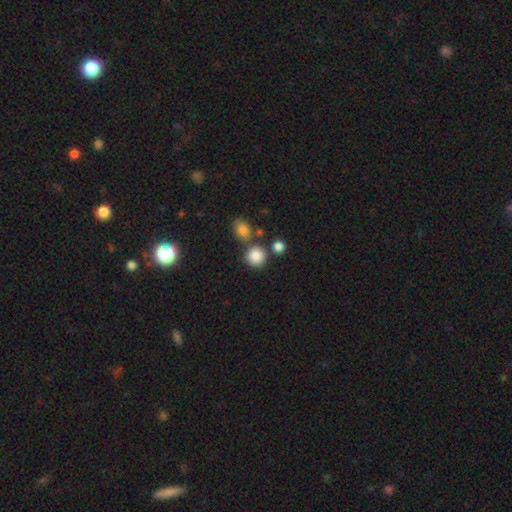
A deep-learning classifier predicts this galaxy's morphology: This appears to be a smooth galaxy with no disk features (85%) that is round (88%). Merging: none (71%).